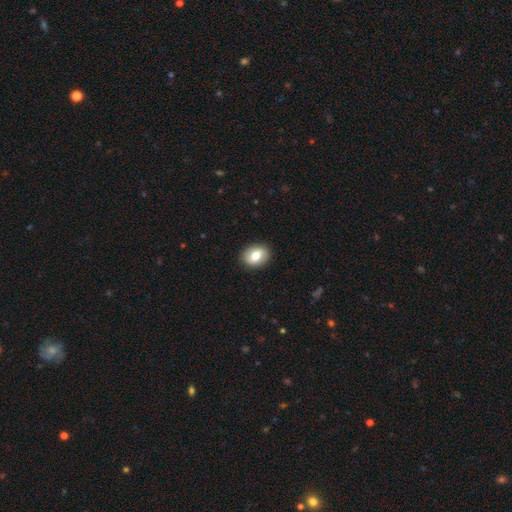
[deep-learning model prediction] smooth_or_featured: smooth (p=0.77) [alt: featured or disk p=0.16]
how_rounded: in between (p=0.58) [alt: round p=0.41]
merging: none (p=0.90) [alt: minor disturbance p=0.07]